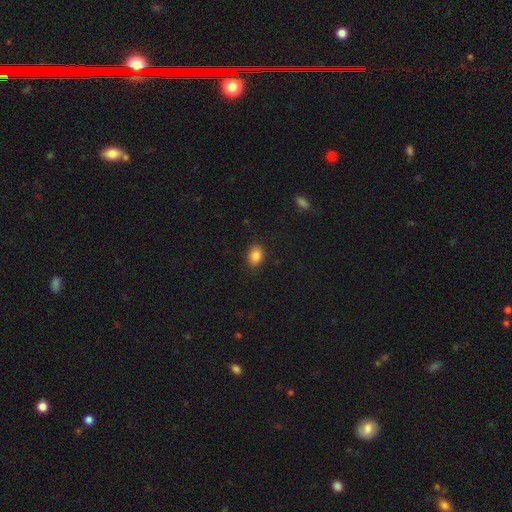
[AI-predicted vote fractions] smooth 85%, star or artifact 10%, featured or disk 5%. Down the decision tree: how rounded — in between (64%); merging — none (88%).